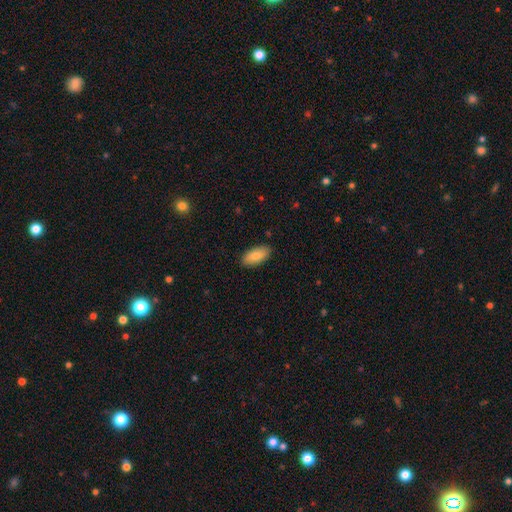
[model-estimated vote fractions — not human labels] smooth 82%, featured or disk 12%, star or artifact 6%. Down the decision tree: how rounded — in between (88%); merging — none (88%).